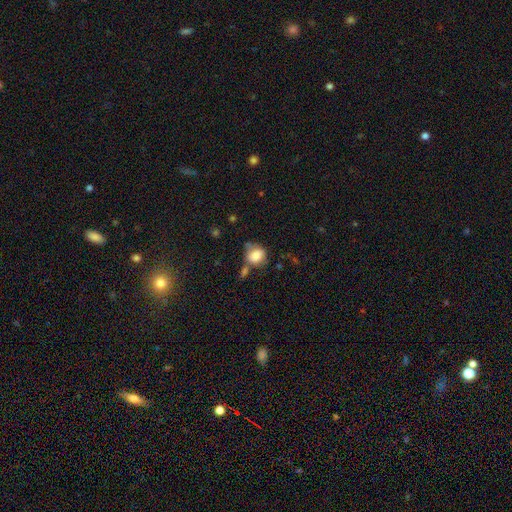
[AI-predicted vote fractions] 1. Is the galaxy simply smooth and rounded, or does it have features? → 81% smooth, 9% featured or disk, 9% star or artifact.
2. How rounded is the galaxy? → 64% round, 35% in between, 1% cigar-shaped.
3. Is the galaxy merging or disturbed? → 45% none, 24% minor disturbance, 20% merger, 11% major disturbance.